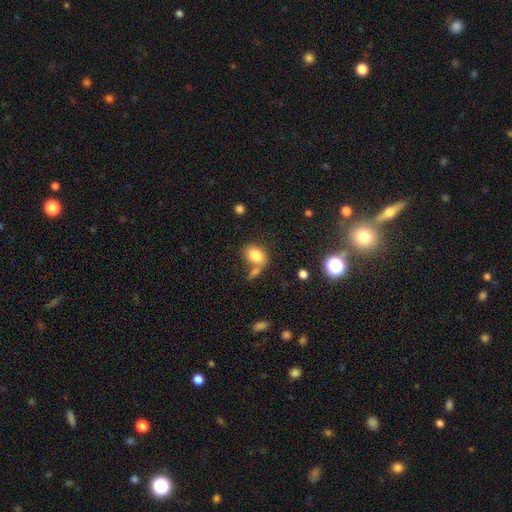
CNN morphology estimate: The model was most divided on "merging": none: 42%, merger: 37%, minor disturbance: 13%, major disturbance: 8%. More confident: smooth or featured — smooth (80%); how rounded — in between (67%).